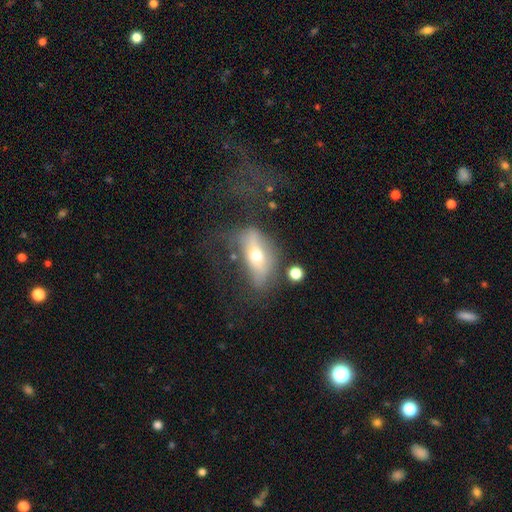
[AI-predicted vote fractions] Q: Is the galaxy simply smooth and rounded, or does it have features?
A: featured or disk — 46%.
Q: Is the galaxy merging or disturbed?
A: major disturbance — 45%.